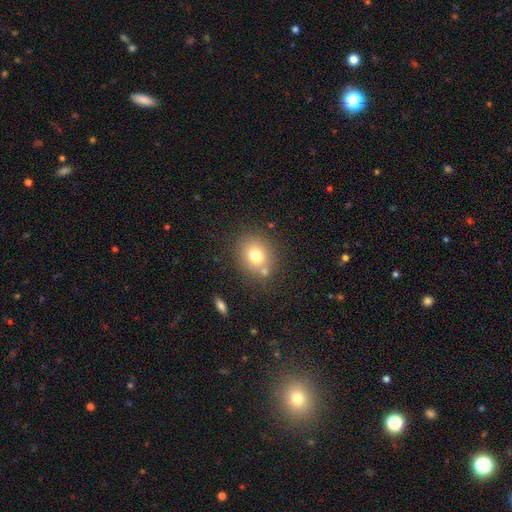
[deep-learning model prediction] smooth-or-featured: smooth: 74% | featured or disk: 13% | star or artifact: 12%
  how-rounded: round: 67% | in between: 32% | cigar-shaped: 1%
  merging: none: 73% | minor disturbance: 12% | merger: 10% | major disturbance: 4%